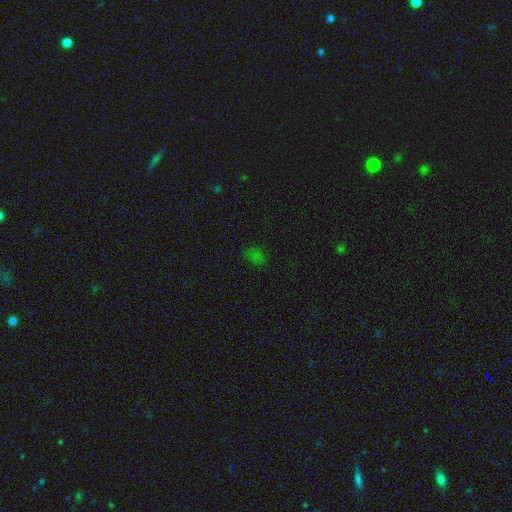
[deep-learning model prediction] Morphology: type=smooth (55%); roundness=round (55%); merging=none (79%).